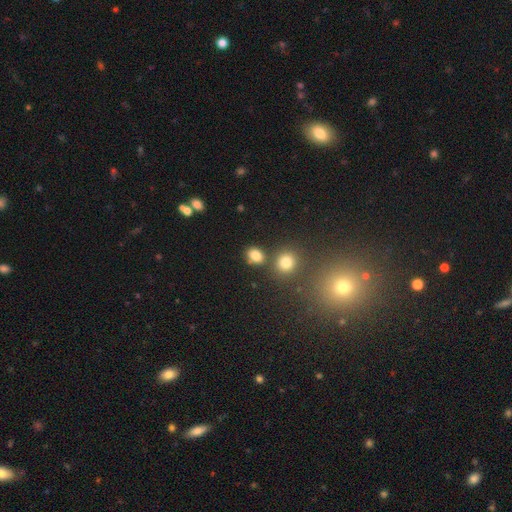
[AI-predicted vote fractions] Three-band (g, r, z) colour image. It shows a smooth galaxy with no disk features (80%) that is in between round and cigar-shaped (57%). Merging: none (71%).